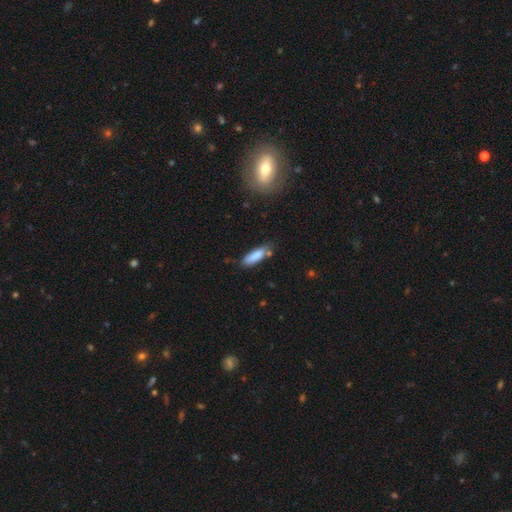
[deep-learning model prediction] Q: Smooth or featured?
A: smooth (84%); runner-up: featured or disk (10%)
Q: How rounded?
A: cigar-shaped (50%); runner-up: in between (49%)
Q: Merging?
A: none (65%); runner-up: minor disturbance (24%)